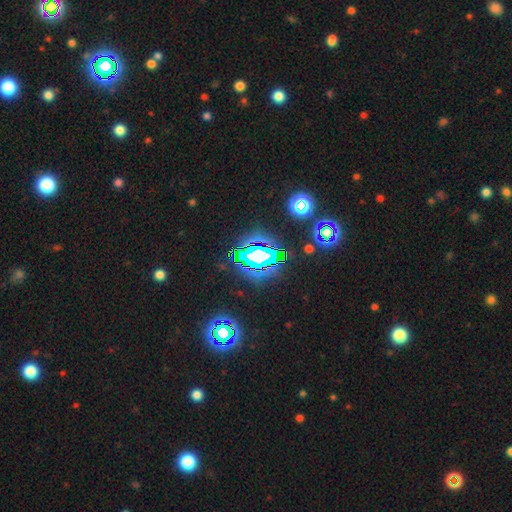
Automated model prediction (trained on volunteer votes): Smooth or featured? star or artifact (65%)